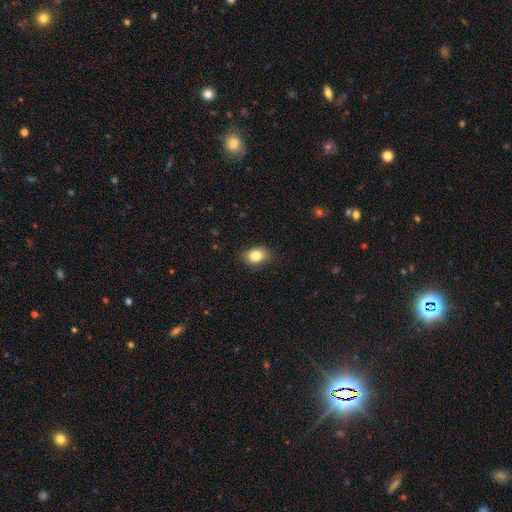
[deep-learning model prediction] smooth-or-featured: smooth: 83% | star or artifact: 9% | featured or disk: 8%
  how-rounded: in between: 72% | round: 26% | cigar-shaped: 1%
  merging: none: 84% | minor disturbance: 13% | major disturbance: 2% | merger: 1%